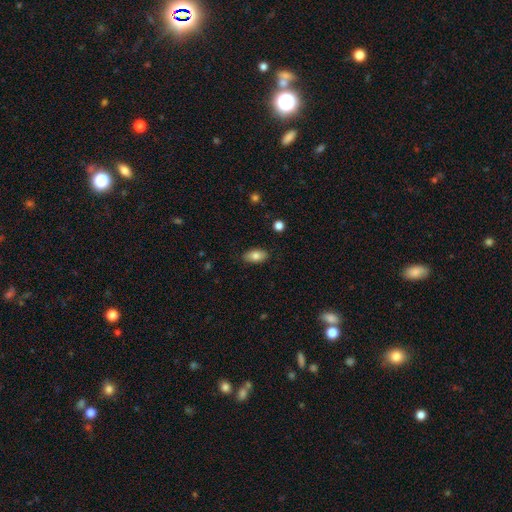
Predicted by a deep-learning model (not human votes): Q: Smooth or featured?
A: smooth (80%); runner-up: featured or disk (12%)
Q: How rounded?
A: in between (92%); runner-up: round (4%)
Q: Merging?
A: none (87%); runner-up: minor disturbance (10%)